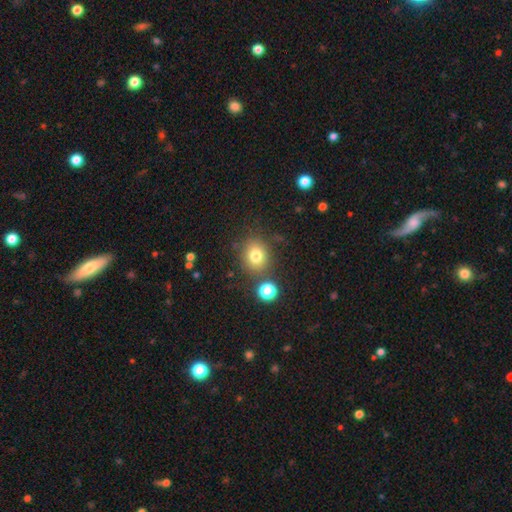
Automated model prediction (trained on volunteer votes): smooth-or-featured: smooth: 77% | star or artifact: 14% | featured or disk: 9%
  how-rounded: round: 74% | in between: 25% | cigar-shaped: 1%
  merging: none: 78% | minor disturbance: 11% | merger: 7% | major disturbance: 4%